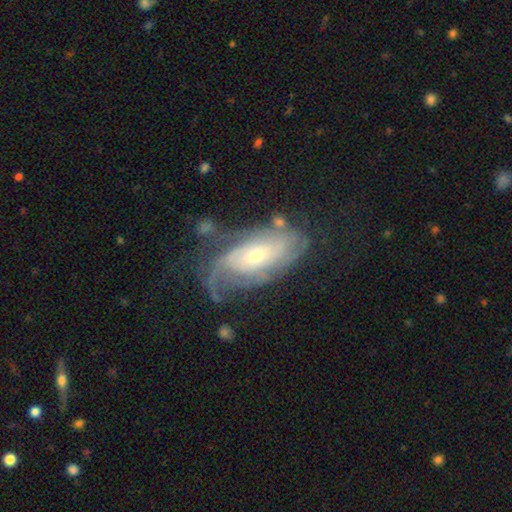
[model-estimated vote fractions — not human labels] This appears to be a featured or disk galaxy (80%) with no bar (67%), tight (58%) spiral arms (89%) and a small central bulge (56%). Merging: none (53%).